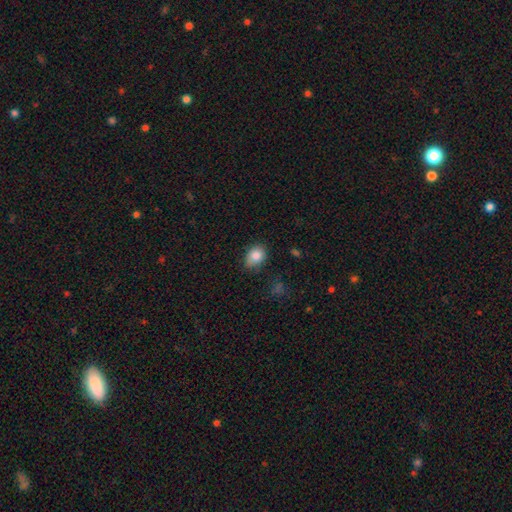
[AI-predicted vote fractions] smooth 84%, star or artifact 9%, featured or disk 7%. Down the decision tree: how rounded — in between (65%); merging — none (70%).